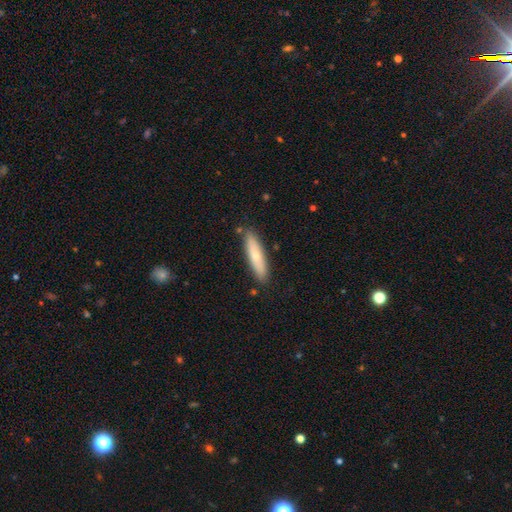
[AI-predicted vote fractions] This is likely a smooth galaxy (64%). How rounded: likely cigar-shaped (77%). Merging: clearly none (85%).